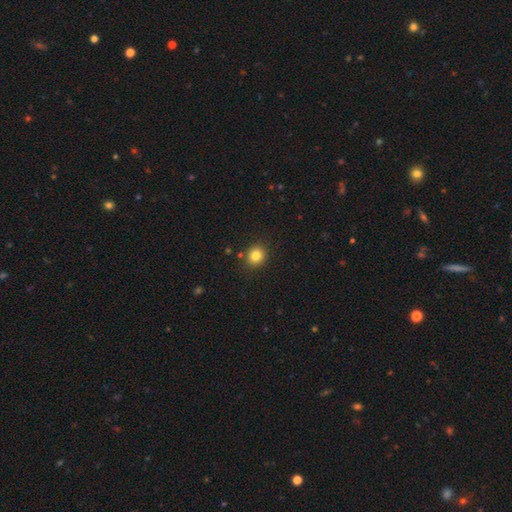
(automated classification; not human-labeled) This is clearly a smooth galaxy (83%). How rounded: likely round (79%). Merging: clearly none (86%).